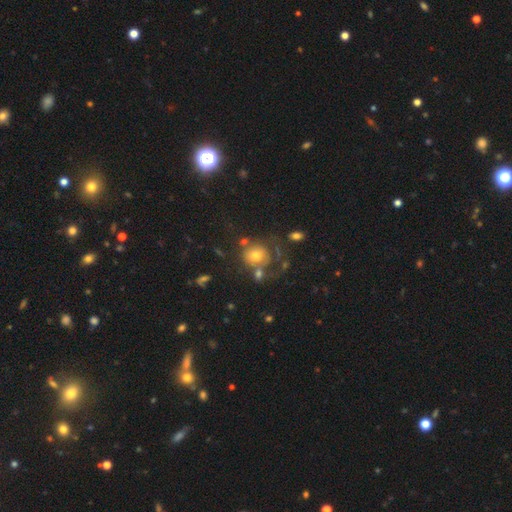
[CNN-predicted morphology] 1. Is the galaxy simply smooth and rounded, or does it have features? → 62% smooth, 26% featured or disk, 12% star or artifact.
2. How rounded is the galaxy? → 79% round, 20% in between, 1% cigar-shaped.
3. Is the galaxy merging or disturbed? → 46% none, 19% major disturbance, 18% merger, 17% minor disturbance.